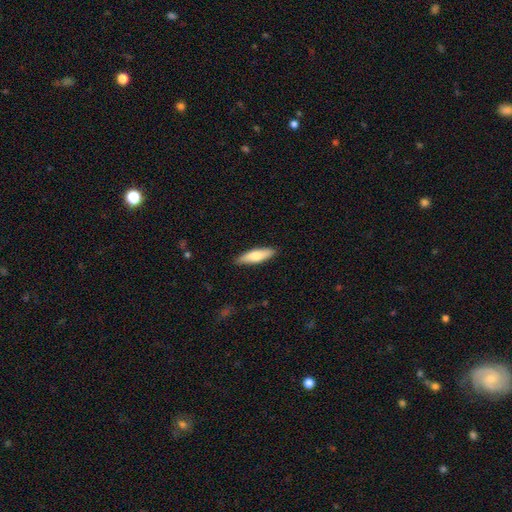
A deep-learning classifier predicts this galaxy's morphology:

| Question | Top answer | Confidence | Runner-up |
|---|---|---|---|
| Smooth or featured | smooth | 70% | featured or disk (24%) |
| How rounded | cigar-shaped | 59% | in between (39%) |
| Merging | none | 88% | minor disturbance (9%) |